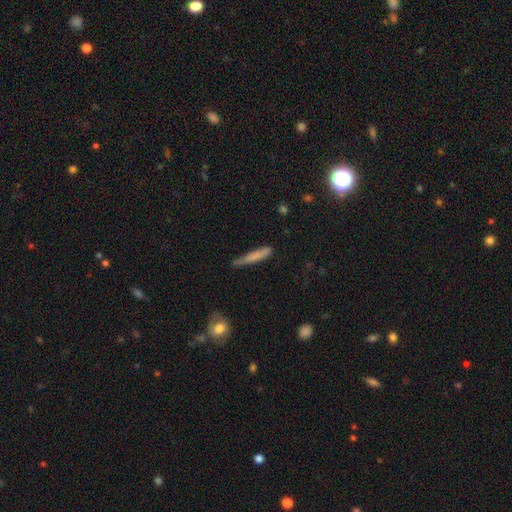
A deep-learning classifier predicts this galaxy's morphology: This is likely a smooth galaxy (72%). How rounded: clearly cigar-shaped (93%). Merging: likely none (67%).